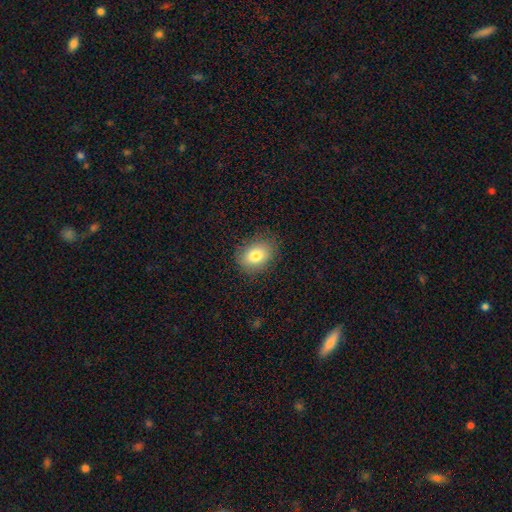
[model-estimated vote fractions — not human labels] The model was most divided on "how rounded": in between: 68%, round: 30%, cigar-shaped: 1%. More confident: merging — none (83%); smooth or featured — smooth (80%).